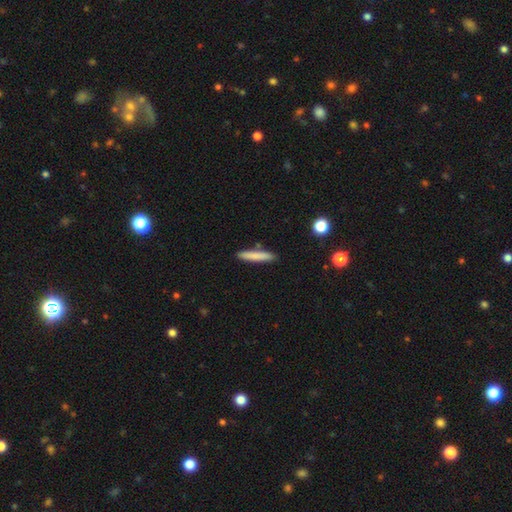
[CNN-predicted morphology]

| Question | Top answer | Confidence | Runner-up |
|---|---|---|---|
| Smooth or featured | smooth | 79% | featured or disk (14%) |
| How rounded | cigar-shaped | 92% | in between (6%) |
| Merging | none | 86% | minor disturbance (8%) |